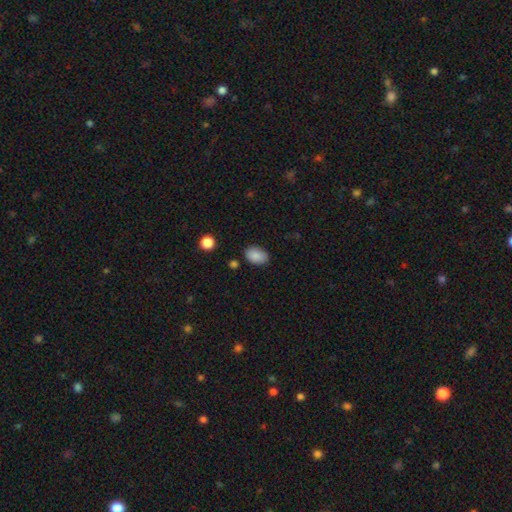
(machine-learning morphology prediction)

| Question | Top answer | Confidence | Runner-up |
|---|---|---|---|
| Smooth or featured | smooth | 88% | star or artifact (8%) |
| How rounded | in between | 87% | round (12%) |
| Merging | none | 82% | minor disturbance (12%) |